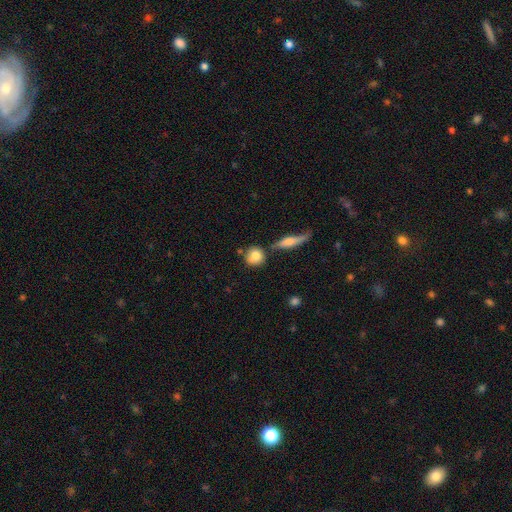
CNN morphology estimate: A smooth galaxy with no disk features (80%) that is round (83%).

Vote fractions:
- Smooth or featured? smooth: 80% / featured or disk: 12% / star or artifact: 8%
- How rounded? round: 83% / in between: 13% / cigar-shaped: 4%
- Merging? none: 67% / merger: 15% / minor disturbance: 14% / major disturbance: 5%